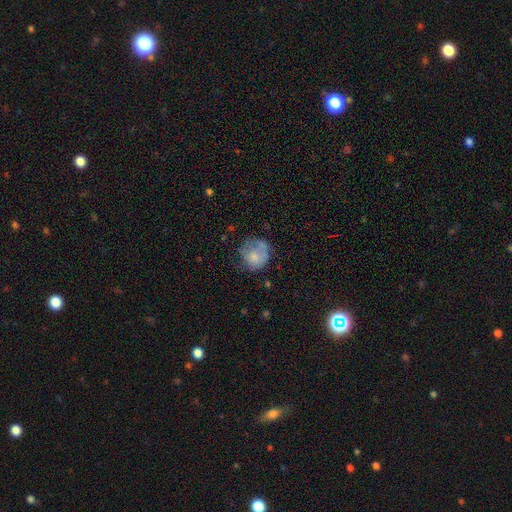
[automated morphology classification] Overall: smooth (68%). How rounded: round (80%). Merging: none (45%; minor disturbance 30%).